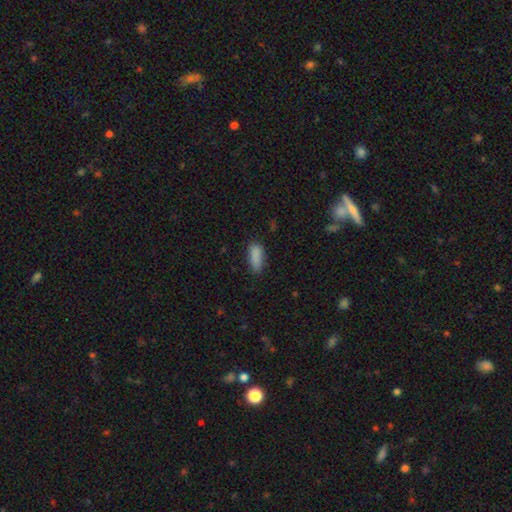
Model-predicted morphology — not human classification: type=smooth (87%); roundness=in between (74%); merging=none (72%).